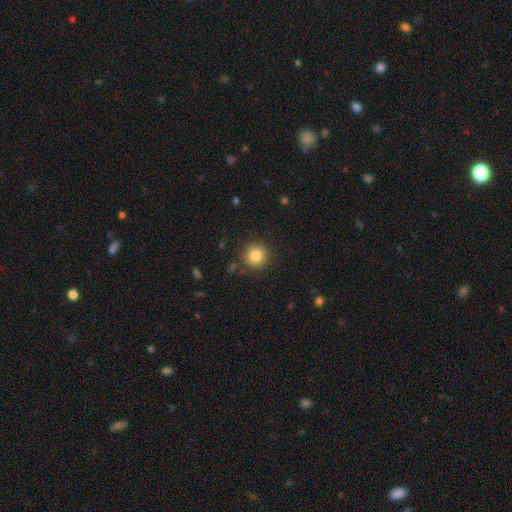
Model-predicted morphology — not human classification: Overall: smooth (84%). How rounded: round (94%). Merging: none (88%).